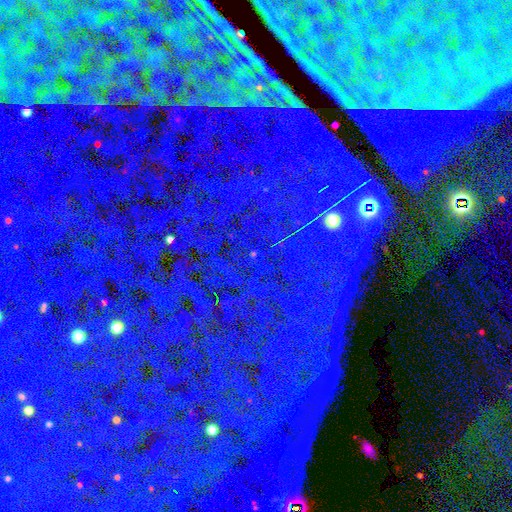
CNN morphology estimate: This is clearly a star or artifact rather than a galaxy (85%).